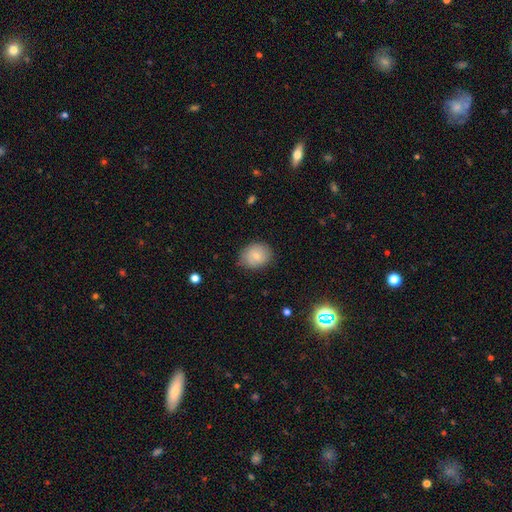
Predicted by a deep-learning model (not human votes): This appears to be a smooth galaxy with no disk features (80%) that is round (54%). Merging: none (75%).